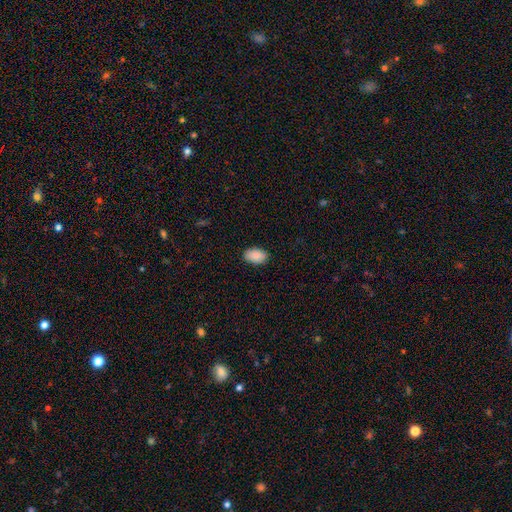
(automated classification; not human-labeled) Morphology: type=smooth (90%); roundness=in between (92%); merging=none (89%).